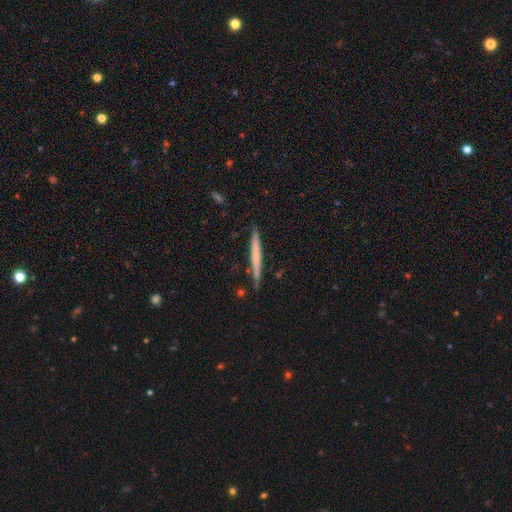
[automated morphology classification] This appears to be a smooth galaxy with no disk features (56%) that is cigar-shaped (97%). Merging: none (88%).